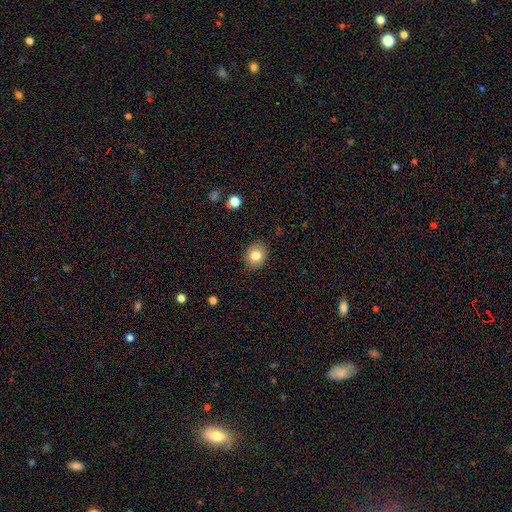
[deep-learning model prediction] This appears to be a smooth galaxy with no disk features (81%) that is round (64%). Merging: none (88%).